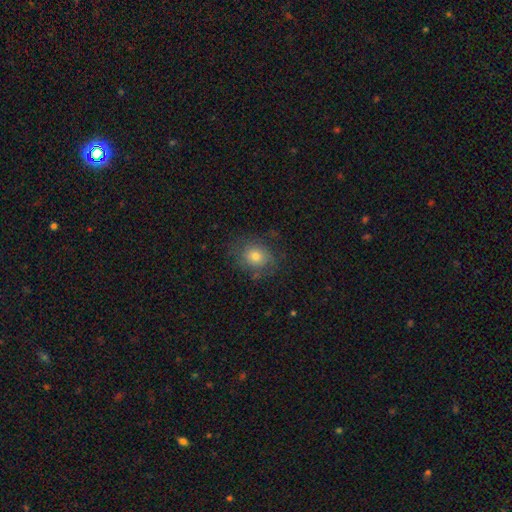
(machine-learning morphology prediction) A smooth galaxy with no disk features (61%) that is round (59%).

Vote fractions:
- Smooth or featured? smooth: 61% / featured or disk: 24% / star or artifact: 14%
- How rounded? round: 59% / in between: 40% / cigar-shaped: 1%
- Merging? none: 73% / minor disturbance: 18% / major disturbance: 8% / merger: 1%